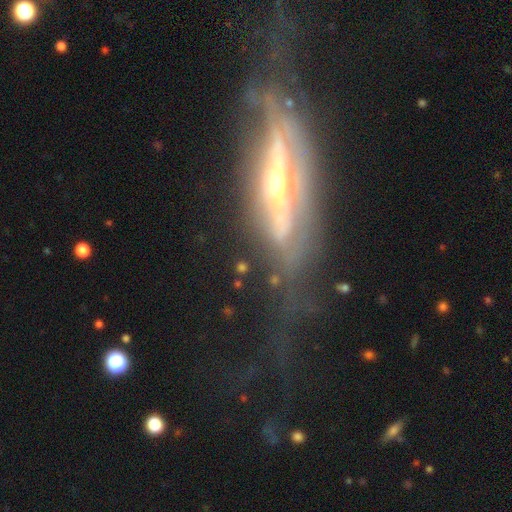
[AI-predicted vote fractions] Smooth or featured: featured or disk — 82% (smooth — 12%)
Edge-on disk: yes — 65% (no — 35%)
Edge-on bulge: rounded — 82% (none — 11%)
Merging: none — 43% (major disturbance — 32%)